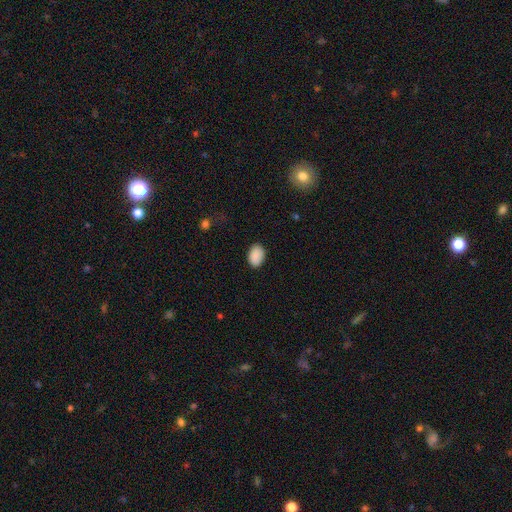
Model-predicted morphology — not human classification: smooth 90%, star or artifact 7%, featured or disk 3%. Down the decision tree: how rounded — in between (86%); merging — none (87%).